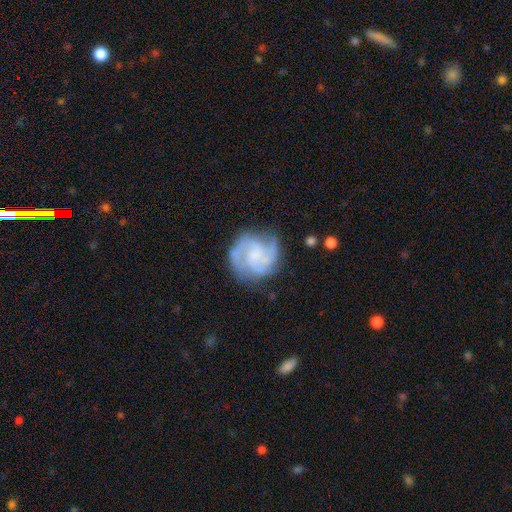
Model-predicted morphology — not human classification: Smooth or featured? Predicted: featured or disk (p=0.82). Edge-on disk? Predicted: no (p=0.98). Bar? Predicted: no (p=0.55). Spiral arms? Predicted: yes (p=0.96). Spiral winding? Predicted: medium (p=0.47). Spiral arm count? Predicted: 2 (p=0.47). Bulge size? Predicted: small (p=0.37). Merging? Predicted: none (p=0.74).